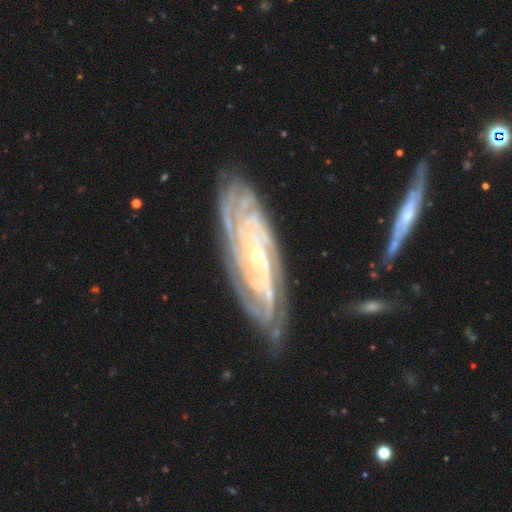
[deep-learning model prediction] A featured or disk galaxy (89%) with no bar (69%), 4 (27%) tight (82%) spiral arms (98%) and a small central bulge (79%).

Vote fractions:
- Smooth or featured? featured or disk: 89% / smooth: 6% / star or artifact: 5%
- Edge-on disk? no: 90% / yes: 10%
- Bar? no: 69% / weak: 21% / strong: 10%
- Spiral arms? yes: 98% / no: 2%
- Spiral winding? tight: 82% / medium: 16% / loose: 3%
- Spiral arm count? 4: 27% / can't tell: 25% / 3: 15% / more than 4: 15% / 2: 11% / 1: 6%
- Bulge size? small: 79% / moderate: 17% / none: 1% / large: 1% / dominant: 1%
- Merging? none: 75% / minor disturbance: 17% / major disturbance: 5% / merger: 3%